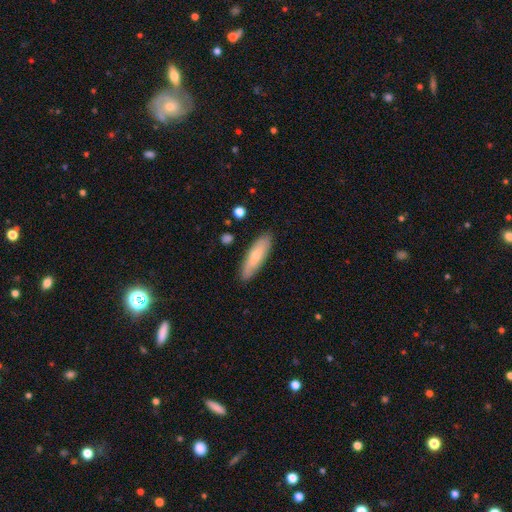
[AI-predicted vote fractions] Overall: smooth (63%; featured or disk 31%). How rounded: cigar-shaped (53%; in between 45%). Merging: none (85%).